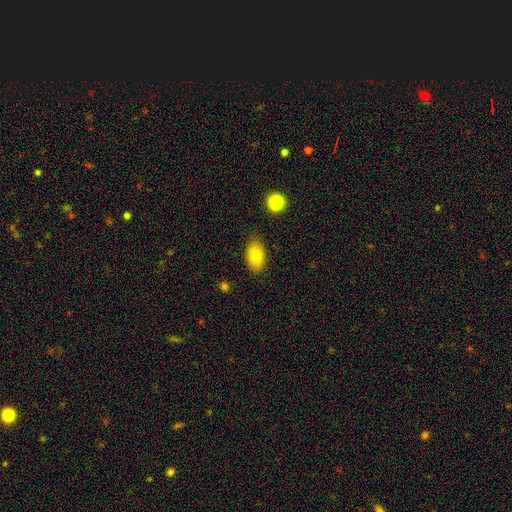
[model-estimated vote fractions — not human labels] Smooth or featured?
  - smooth: 80% *
  - featured or disk: 11%
  - star or artifact: 9%
How rounded?
  - in between: 91% *
  - round: 7%
  - cigar-shaped: 2%
Merging?
  - none: 83% *
  - minor disturbance: 12%
  - major disturbance: 3%
  - merger: 2%